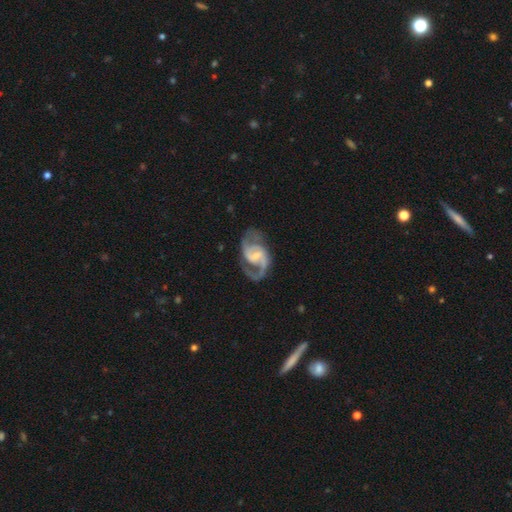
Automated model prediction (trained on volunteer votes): Smooth or featured?
  - featured or disk: 91% *
  - smooth: 5%
  - star or artifact: 4%
Edge-on disk?
  - no: 98% *
  - yes: 2%
Bar?
  - weak: 56% *
  - strong: 22%
  - no: 21%
Spiral arms?
  - yes: 97% *
  - no: 3%
Spiral winding?
  - medium: 58% *
  - loose: 27%
  - tight: 15%
Spiral arm count?
  - 2: 90% *
  - can't tell: 3%
  - 1: 3%
  - 3: 2%
  - 4: 1%
  - more than 4: 1%
Bulge size?
  - small: 56% *
  - moderate: 32%
  - none: 9%
  - large: 3%
  - dominant: 1%
Merging?
  - none: 70% *
  - minor disturbance: 17%
  - major disturbance: 11%
  - merger: 2%